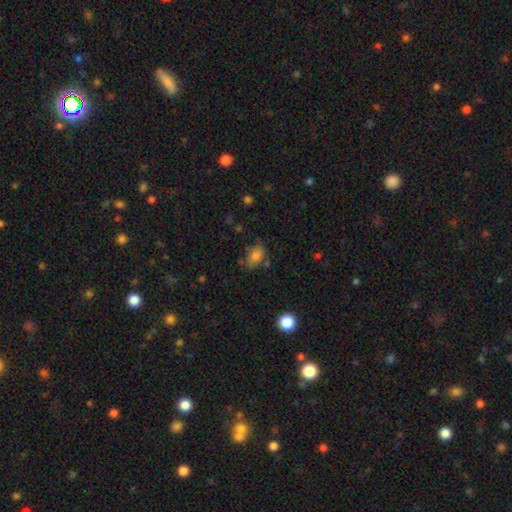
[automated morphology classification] Smooth or featured? smooth (79%)
How rounded? in between (85%)
Merging? none (62%)